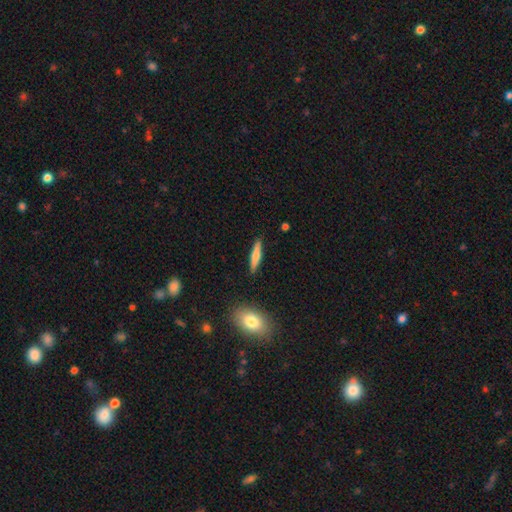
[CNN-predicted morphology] smooth_or_featured: smooth (p=0.62) [alt: featured or disk p=0.32]
how_rounded: cigar-shaped (p=0.85) [alt: in between p=0.13]
merging: none (p=0.88) [alt: minor disturbance p=0.08]